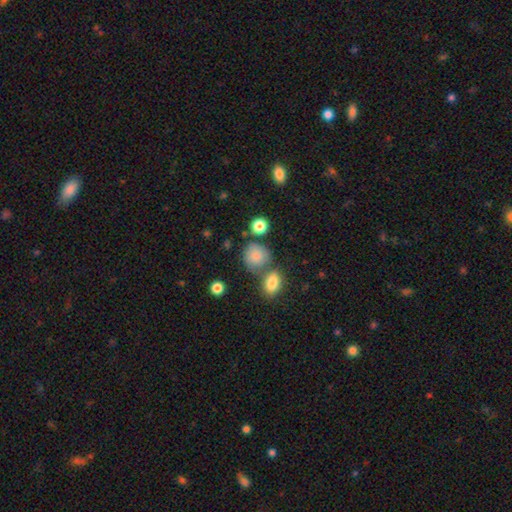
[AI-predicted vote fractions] Q: Smooth or featured?
A: smooth (82%); runner-up: star or artifact (10%)
Q: How rounded?
A: round (77%); runner-up: in between (22%)
Q: Merging?
A: none (56%); runner-up: merger (20%)